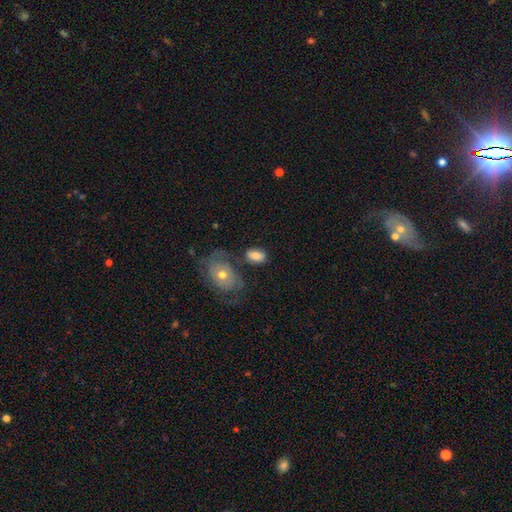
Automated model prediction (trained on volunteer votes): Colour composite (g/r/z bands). It shows a smooth galaxy with no disk features (72%) that is in between round and cigar-shaped (86%). Merging: none (57%).